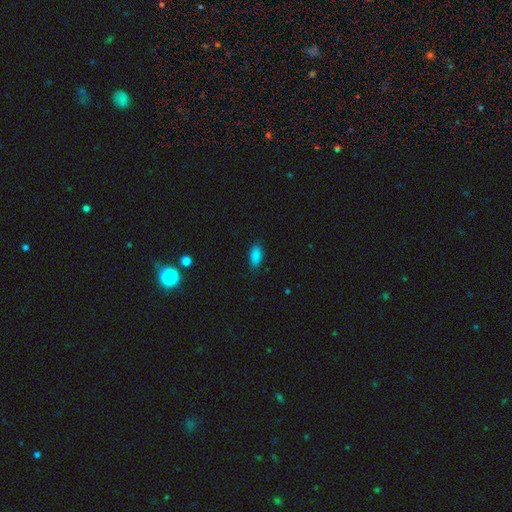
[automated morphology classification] Smooth or featured? Predicted: smooth (p=0.87). How rounded? Predicted: in between (p=0.89). Merging? Predicted: none (p=0.83).